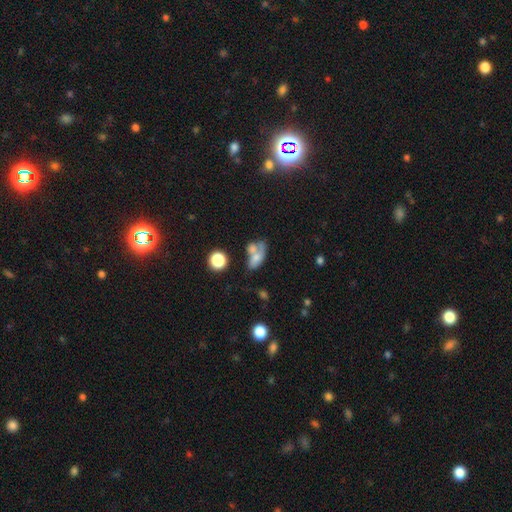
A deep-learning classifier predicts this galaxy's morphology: This is possibly a smooth galaxy (58%). How rounded: likely in between (80%). Merging: possibly merger (50%).